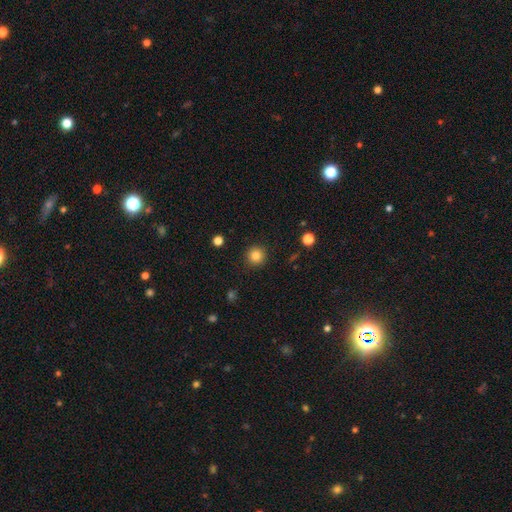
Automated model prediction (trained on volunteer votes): This is clearly a smooth galaxy (84%). How rounded: clearly round (95%). Merging: clearly none (91%).